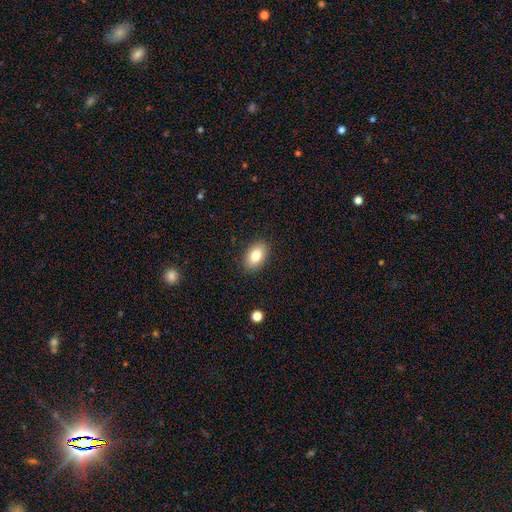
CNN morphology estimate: This appears to be a smooth galaxy with no disk features (82%) that is in between round and cigar-shaped (89%). Merging: none (88%).